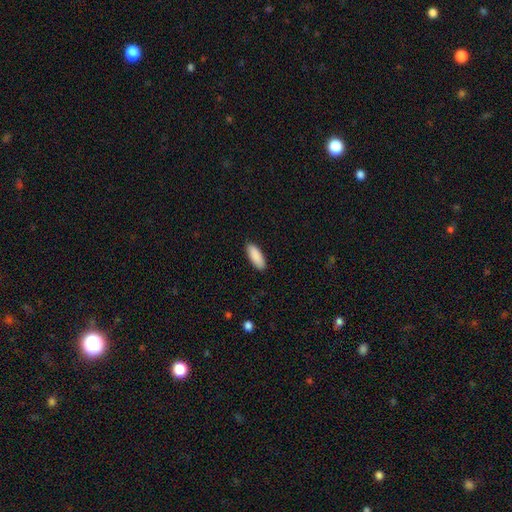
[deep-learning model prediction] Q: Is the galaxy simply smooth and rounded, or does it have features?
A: smooth — 90%.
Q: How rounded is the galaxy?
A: in between — 72%.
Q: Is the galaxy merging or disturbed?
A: none — 88%.